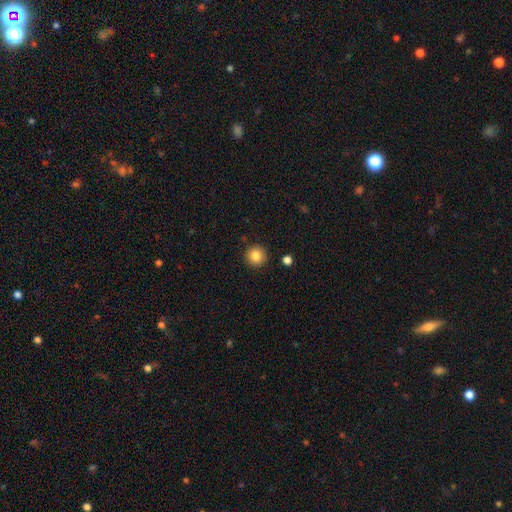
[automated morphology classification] Q: Smooth or featured?
A: smooth (85%); runner-up: star or artifact (9%)
Q: How rounded?
A: round (94%); runner-up: in between (5%)
Q: Merging?
A: none (91%); runner-up: minor disturbance (6%)